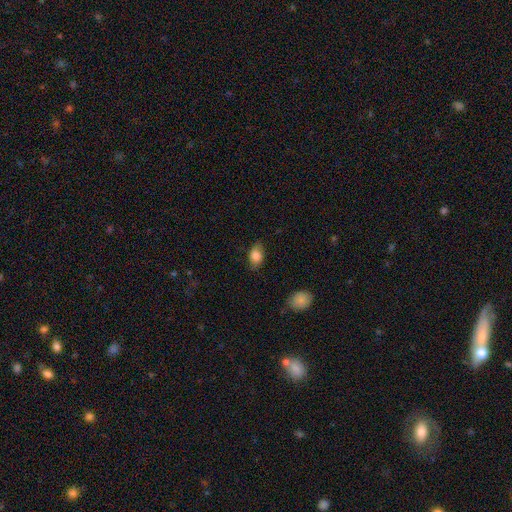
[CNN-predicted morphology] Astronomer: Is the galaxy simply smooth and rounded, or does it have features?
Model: smooth — 82%.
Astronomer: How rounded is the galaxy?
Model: in between — 83%.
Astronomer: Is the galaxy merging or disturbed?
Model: none — 77%.